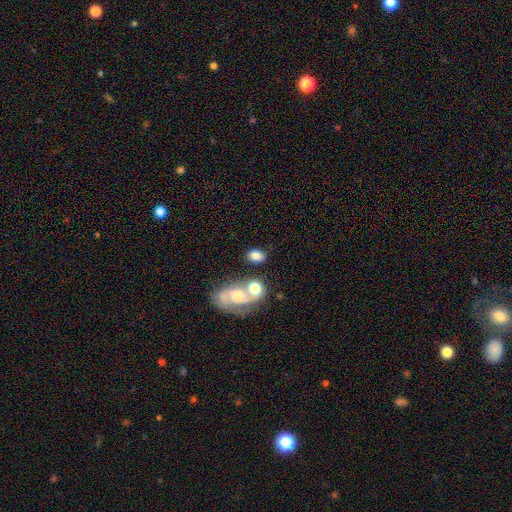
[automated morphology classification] This is likely a smooth galaxy (74%). How rounded: likely in between (76%). Merging: possibly none (60%).